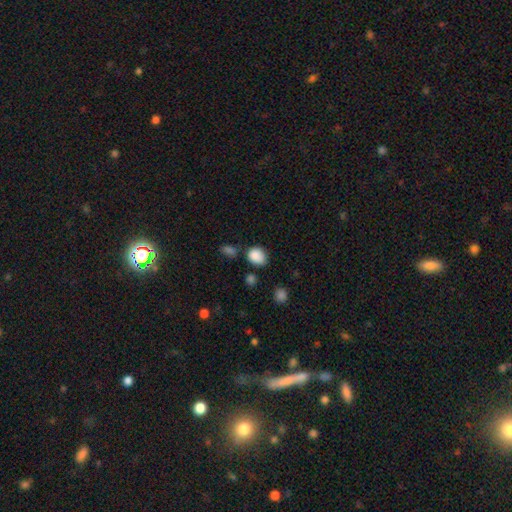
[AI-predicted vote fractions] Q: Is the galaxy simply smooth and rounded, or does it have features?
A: smooth — 86%.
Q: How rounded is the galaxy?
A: round — 56%.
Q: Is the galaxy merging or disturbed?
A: none — 68%.